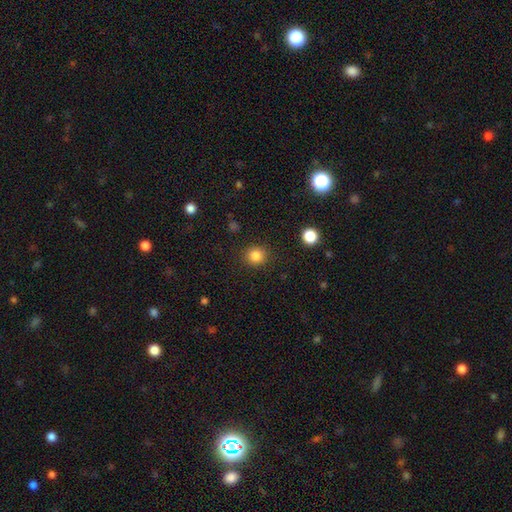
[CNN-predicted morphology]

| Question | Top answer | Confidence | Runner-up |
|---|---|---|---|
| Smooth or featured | smooth | 84% | star or artifact (12%) |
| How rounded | round | 91% | in between (8%) |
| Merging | none | 89% | minor disturbance (7%) |